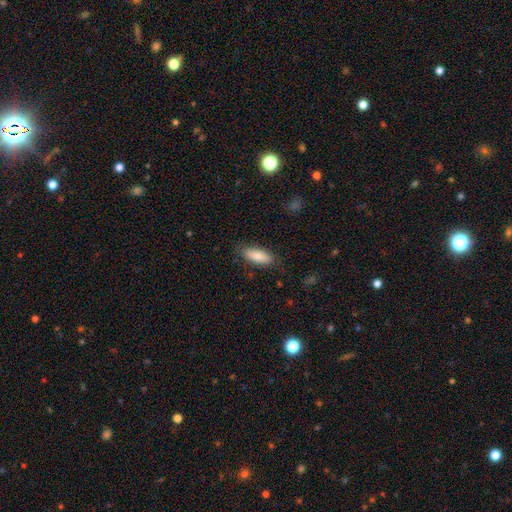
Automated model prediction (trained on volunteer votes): Smooth or featured: smooth — 80% (featured or disk — 14%)
How rounded: in between — 76% (cigar-shaped — 22%)
Merging: none — 83% (minor disturbance — 13%)